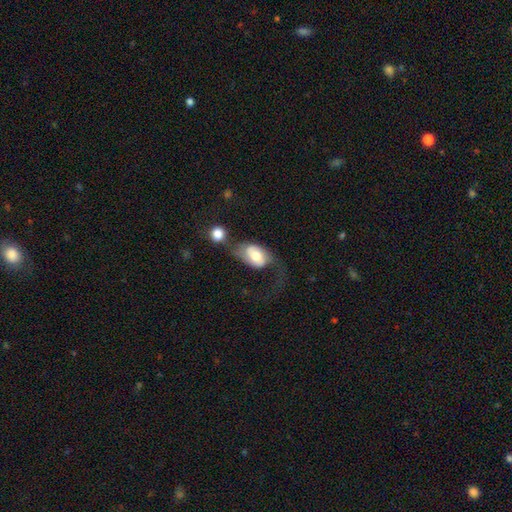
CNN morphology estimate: smooth_or_featured: featured or disk (p=0.49) [alt: smooth p=0.45]
merging: major disturbance (p=0.33) [alt: none p=0.25]